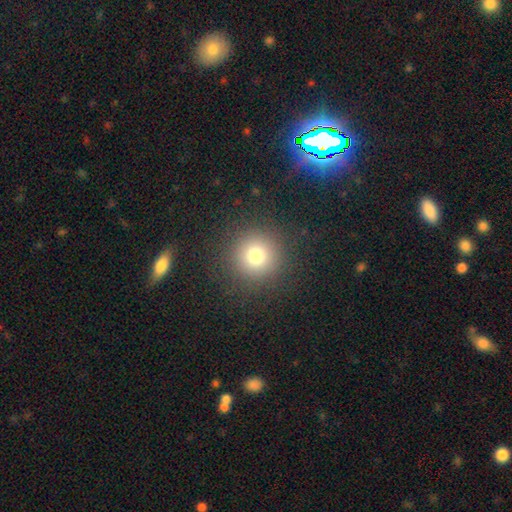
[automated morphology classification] Smooth or featured?
  - smooth: 76% *
  - star or artifact: 16%
  - featured or disk: 8%
How rounded?
  - round: 95% *
  - in between: 4%
  - cigar-shaped: 1%
Merging?
  - none: 90% *
  - minor disturbance: 6%
  - major disturbance: 3%
  - merger: 1%